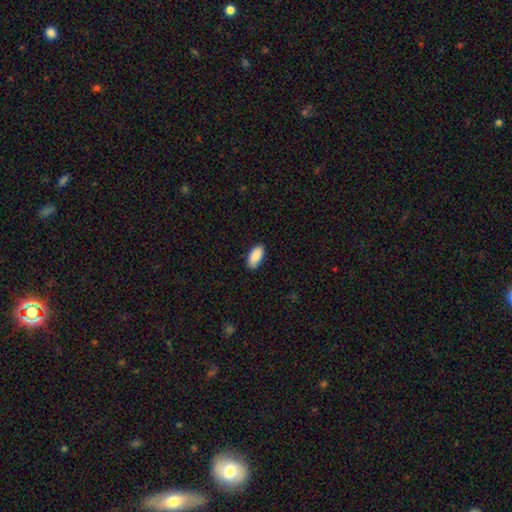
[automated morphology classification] A smooth galaxy with no disk features (90%) that is in between round and cigar-shaped (94%).

Vote fractions:
- Smooth or featured? smooth: 90% / star or artifact: 6% / featured or disk: 4%
- How rounded? in between: 94% / cigar-shaped: 4% / round: 2%
- Merging? none: 84% / minor disturbance: 13% / major disturbance: 2% / merger: 1%